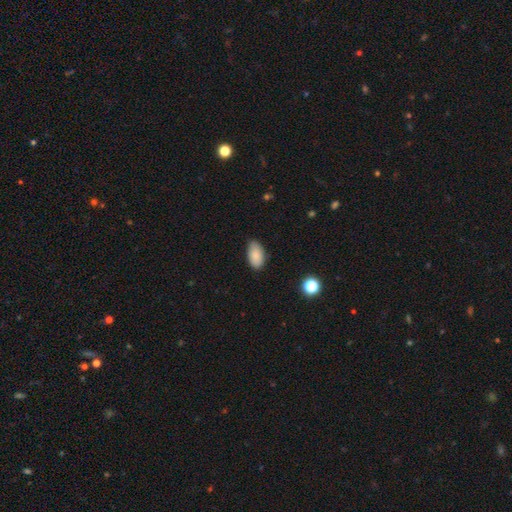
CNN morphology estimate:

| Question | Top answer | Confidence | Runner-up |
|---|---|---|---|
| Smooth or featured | smooth | 87% | star or artifact (7%) |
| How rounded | in between | 94% | round (4%) |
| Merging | none | 79% | minor disturbance (17%) |